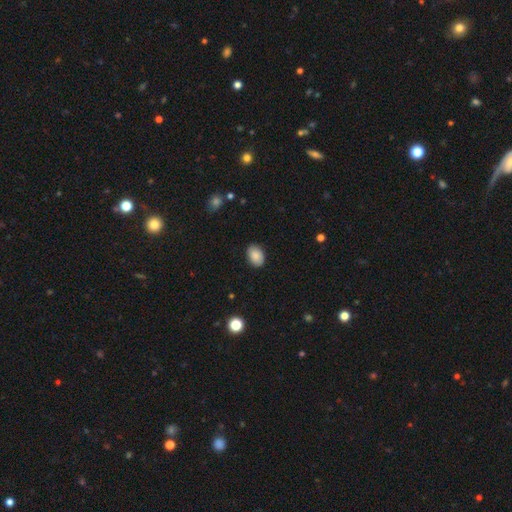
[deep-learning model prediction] The model was most divided on "how rounded": in between: 83%, round: 16%, cigar-shaped: 1%. More confident: smooth or featured — smooth (87%); merging — none (87%).